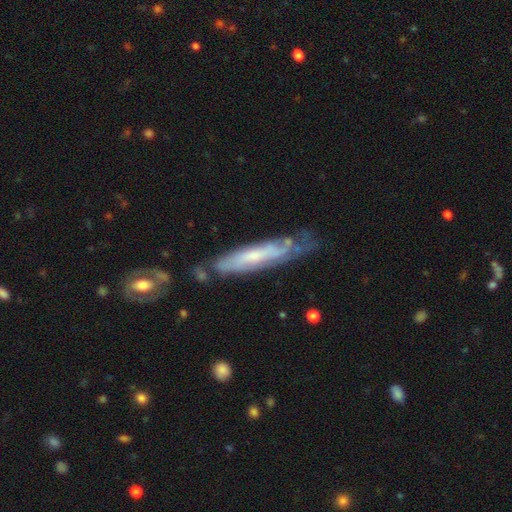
Overall: featured or disk (75%). Edge-on disk: yes (50%, tied with no). Edge-on bulge: rounded (60%; none 40%). Merging: none (41%; minor disturbance 36%).